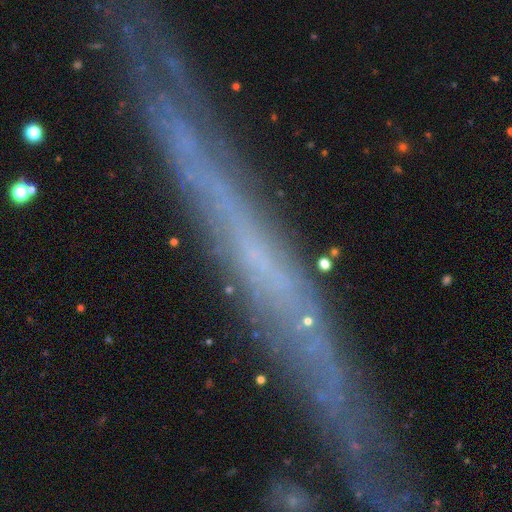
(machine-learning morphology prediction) A featured or disk galaxy (61%) viewed edge-on (83%) with no central bulge (80%).

Vote fractions:
- Smooth or featured? featured or disk: 61% / smooth: 25% / star or artifact: 14%
- Edge-on disk? yes: 83% / no: 17%
- Edge-on bulge? none: 80% / rounded: 12% / boxy: 8%
- Merging? none: 77% / minor disturbance: 15% / major disturbance: 5% / merger: 3%